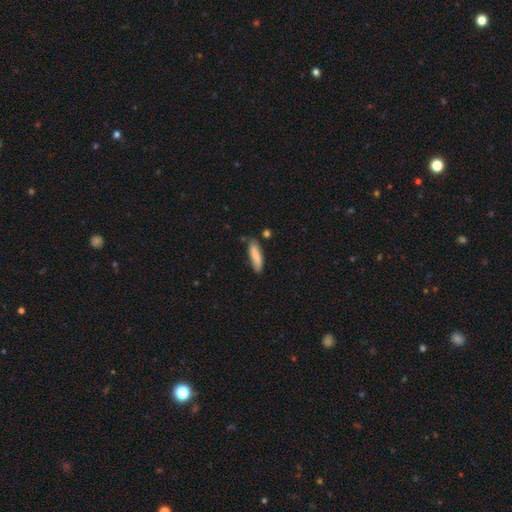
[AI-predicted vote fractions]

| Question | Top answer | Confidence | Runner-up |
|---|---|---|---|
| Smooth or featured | smooth | 81% | featured or disk (13%) |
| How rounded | cigar-shaped | 65% | in between (33%) |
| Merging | none | 74% | minor disturbance (19%) |